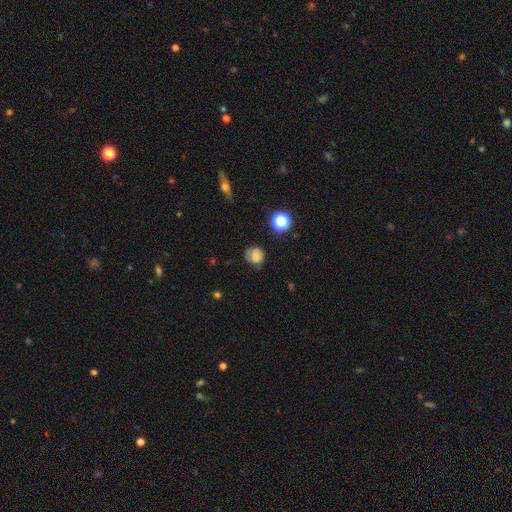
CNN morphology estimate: A smooth galaxy with no disk features (70%) that is round (77%). Merging: none (65%).